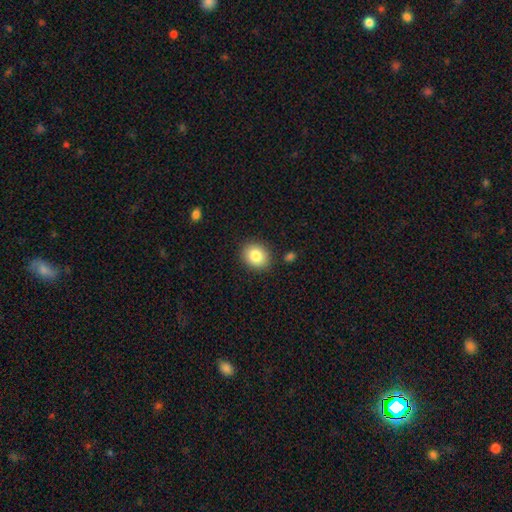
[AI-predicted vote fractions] This appears to be a smooth galaxy with no disk features (83%) that is round (67%). Merging: none (87%).